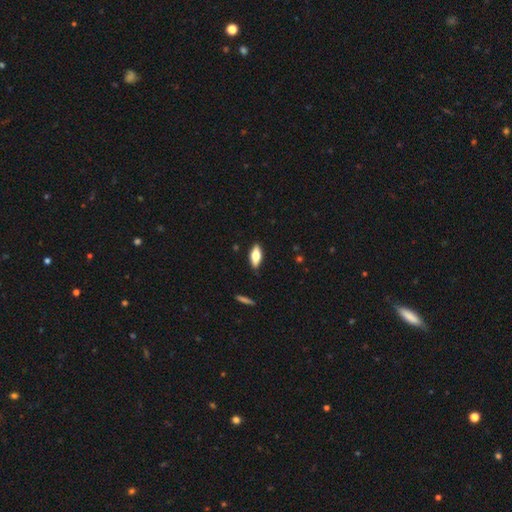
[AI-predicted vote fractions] smooth 66%, featured or disk 27%, star or artifact 7%. Down the decision tree: how rounded — in between (74%); merging — none (87%).